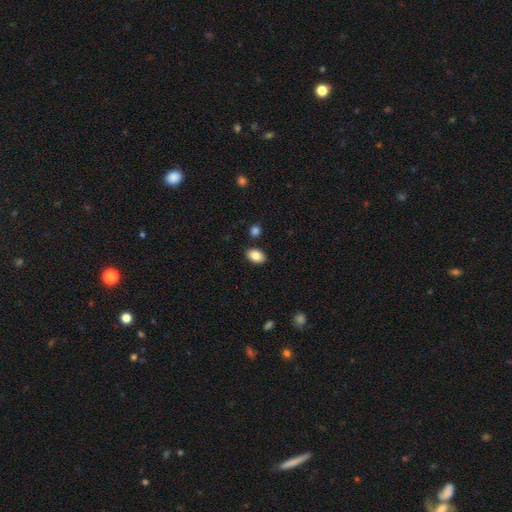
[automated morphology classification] This appears to be a smooth galaxy with no disk features (86%) that is in between round and cigar-shaped (85%). Merging: none (86%).